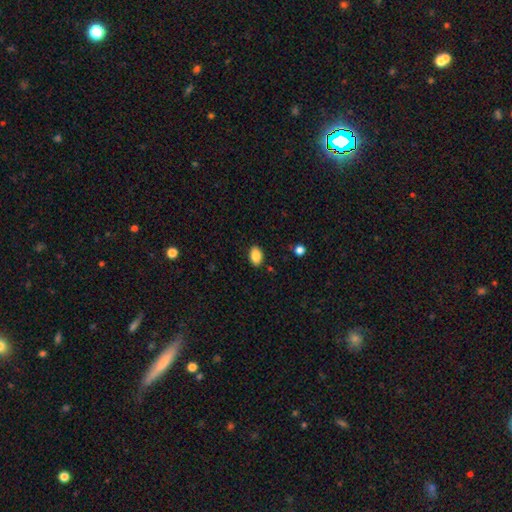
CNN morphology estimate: A smooth galaxy with no disk features (87%) that is in between round and cigar-shaped (87%). Merging: none (87%).